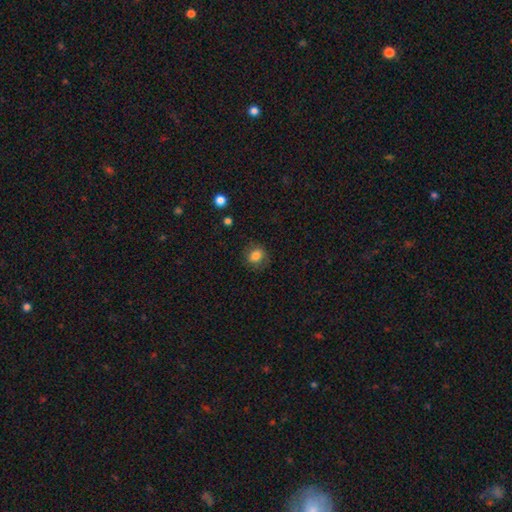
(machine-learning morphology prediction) Smooth or featured? Predicted: smooth (p=0.82). How rounded? Predicted: round (p=0.64). Merging? Predicted: none (p=0.80).